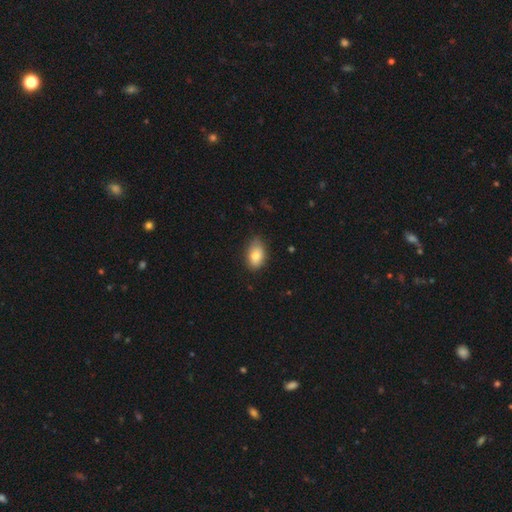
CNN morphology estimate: smooth_or_featured: smooth (p=0.81) [alt: featured or disk p=0.12]
how_rounded: in between (p=0.89) [alt: round p=0.10]
merging: none (p=0.75) [alt: minor disturbance p=0.21]